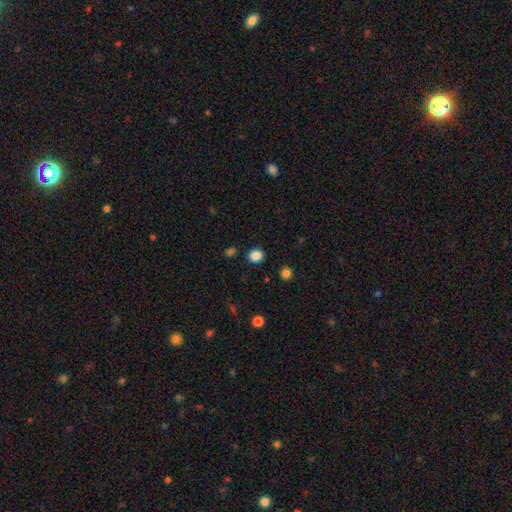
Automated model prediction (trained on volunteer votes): Smooth or featured? Predicted: smooth (p=0.86). How rounded? Predicted: round (p=0.73). Merging? Predicted: none (p=0.88).